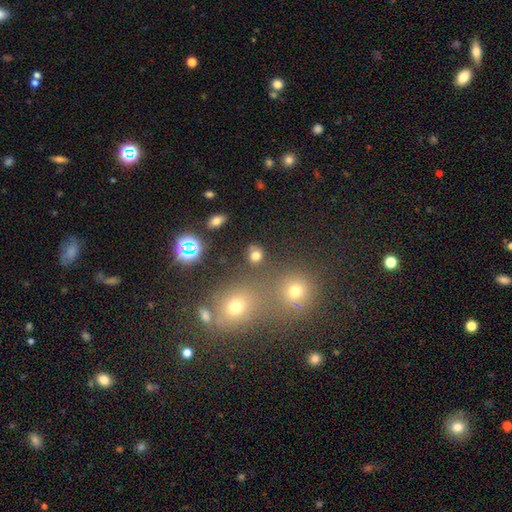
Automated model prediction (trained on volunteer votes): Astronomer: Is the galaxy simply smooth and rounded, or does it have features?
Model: smooth — 73%.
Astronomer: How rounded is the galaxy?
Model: round — 71%.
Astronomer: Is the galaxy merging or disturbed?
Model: none — 77%.